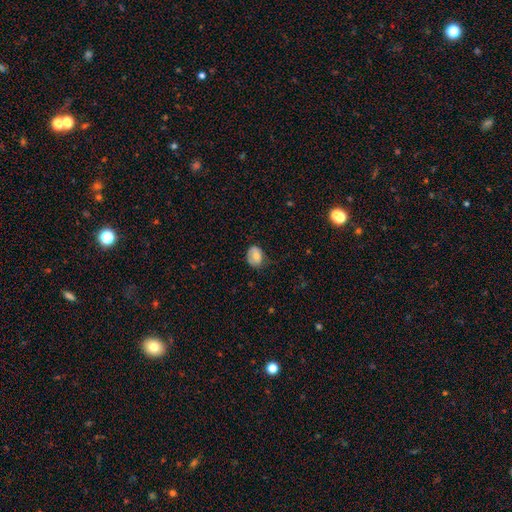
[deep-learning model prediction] This appears to be a smooth galaxy with no disk features (72%) that is in between round and cigar-shaped (63%). Merging: none (55%).